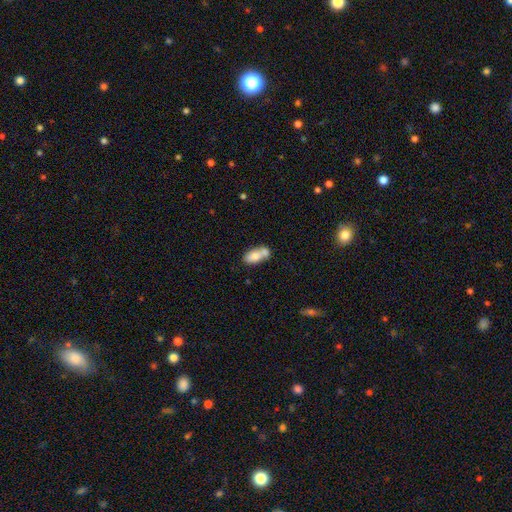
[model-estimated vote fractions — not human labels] A smooth galaxy with no disk features (73%) that is in between round and cigar-shaped (88%).

Vote fractions:
- Smooth or featured? smooth: 73% / featured or disk: 19% / star or artifact: 8%
- How rounded? in between: 88% / round: 7% / cigar-shaped: 5%
- Merging? merger: 55% / none: 30% / minor disturbance: 11% / major disturbance: 4%